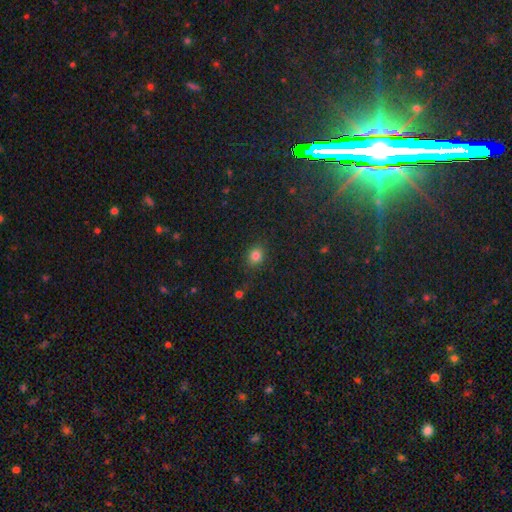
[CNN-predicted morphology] Smooth or featured: smooth — 81% (star or artifact — 13%)
How rounded: round — 61% (in between — 38%)
Merging: none — 83% (minor disturbance — 11%)